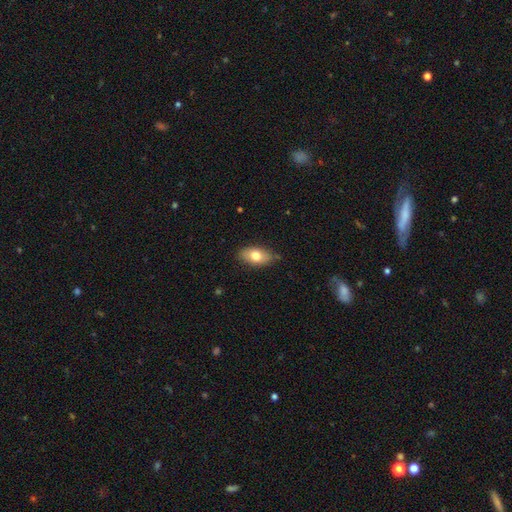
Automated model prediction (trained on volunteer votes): smooth_or_featured: smooth (p=0.75) [alt: featured or disk p=0.18]
how_rounded: in between (p=0.89) [alt: round p=0.07]
merging: none (p=0.78) [alt: minor disturbance p=0.18]